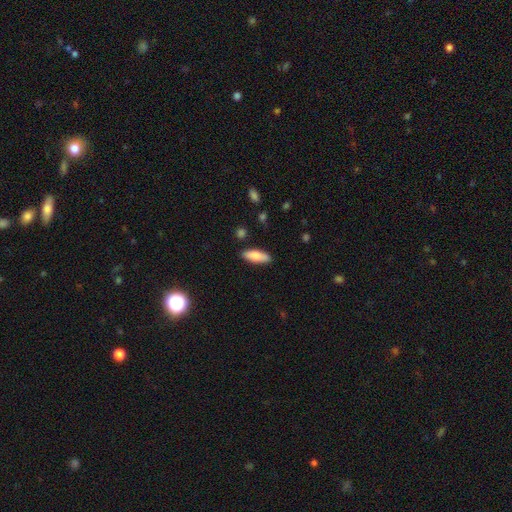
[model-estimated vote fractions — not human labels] Overall: smooth (80%). How rounded: in between (61%; cigar-shaped 37%). Merging: none (86%).